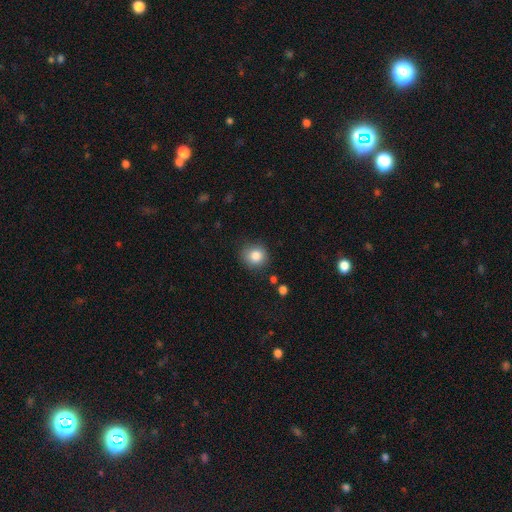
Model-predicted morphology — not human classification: Smooth or featured? smooth (84%)
How rounded? round (87%)
Merging? none (84%)